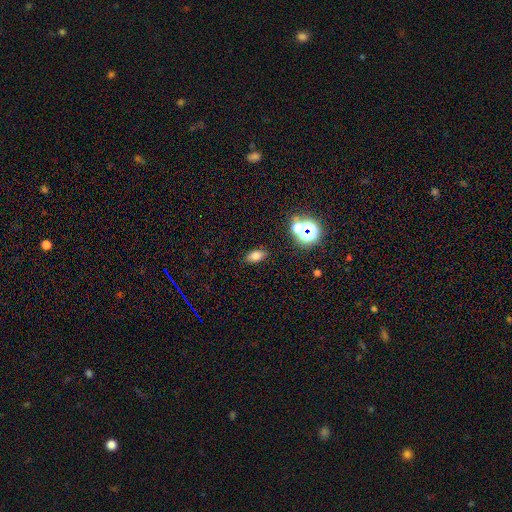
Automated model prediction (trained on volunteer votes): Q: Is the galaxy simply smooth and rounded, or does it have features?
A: smooth — 74%.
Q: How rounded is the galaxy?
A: in between — 86%.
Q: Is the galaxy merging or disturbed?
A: none — 86%.